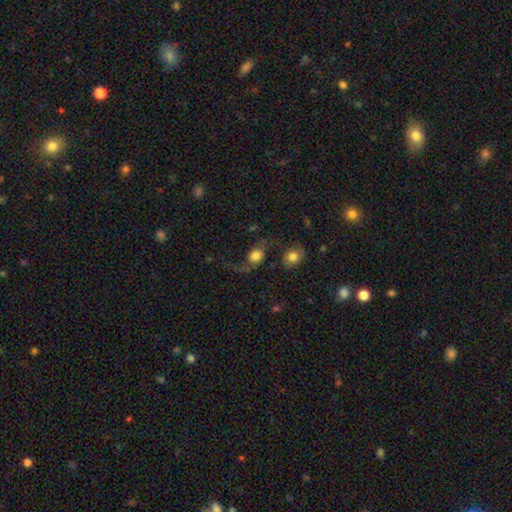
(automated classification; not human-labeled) This appears to be a featured or disk galaxy (55%) with no bar (74%), spiral arms (85%) and a large central bulge (40%). Merging: none (42%).